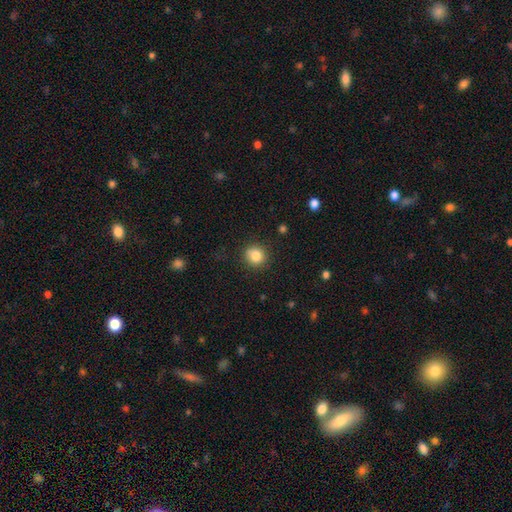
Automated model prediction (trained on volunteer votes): Smooth or featured? smooth (84%)
How rounded? round (88%)
Merging? none (88%)